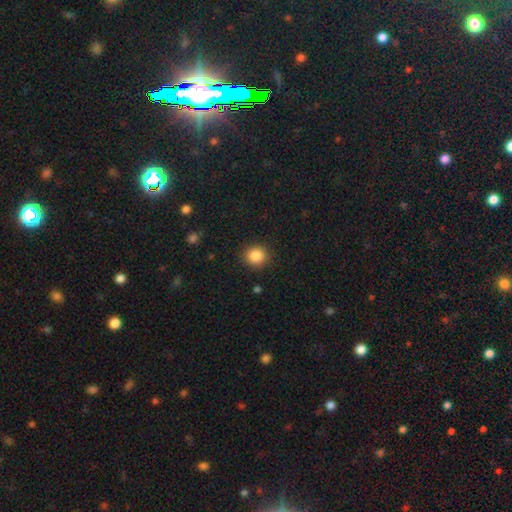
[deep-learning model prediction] Overall: smooth (86%). How rounded: round (86%). Merging: none (90%).